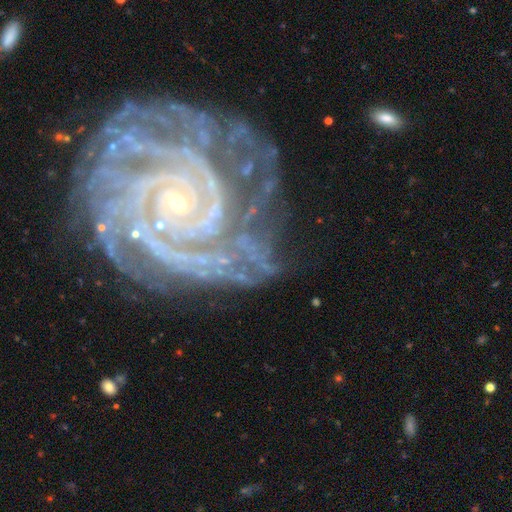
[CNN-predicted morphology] Smooth or featured: featured or disk — 90% (star or artifact — 6%)
Edge-on disk: no — 97% (yes — 3%)
Bar: no — 59% (weak — 23%)
Spiral arms: yes — 98% (no — 2%)
Spiral winding: tight — 79% (medium — 17%)
Spiral arm count: 2 — 27% (3 — 20%)
Bulge size: small — 75% (moderate — 21%)
Merging: none — 60% (minor disturbance — 21%)